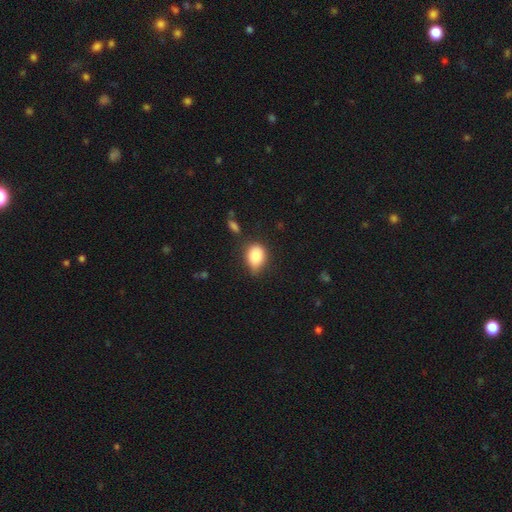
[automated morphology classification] Smooth or featured? Predicted: smooth (p=0.86). How rounded? Predicted: in between (p=0.73). Merging? Predicted: none (p=0.52).